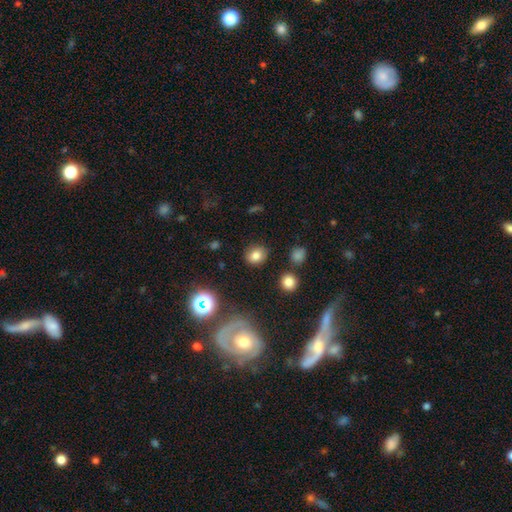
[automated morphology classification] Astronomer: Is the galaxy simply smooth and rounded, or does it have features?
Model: smooth — 79%.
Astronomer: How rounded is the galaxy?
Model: round — 69%.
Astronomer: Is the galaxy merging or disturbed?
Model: none — 86%.